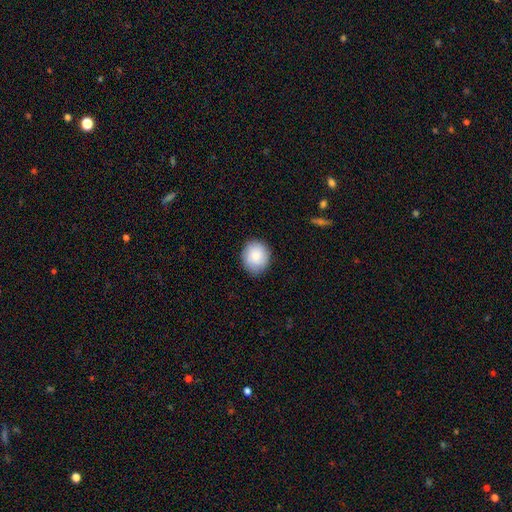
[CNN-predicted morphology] type=smooth (82%); roundness=round (72%); merging=none (85%).